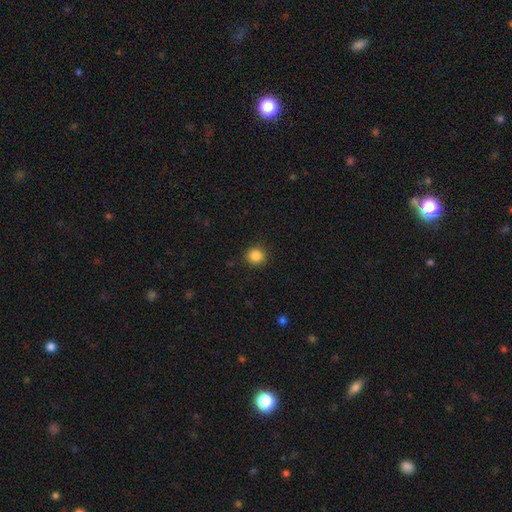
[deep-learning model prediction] Morphology: type=smooth (86%); roundness=round (92%); merging=none (91%).